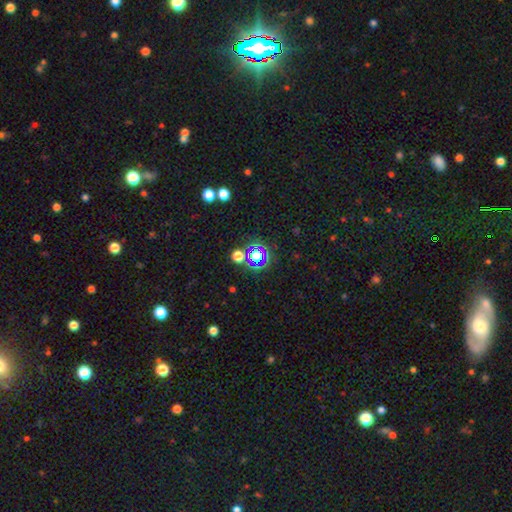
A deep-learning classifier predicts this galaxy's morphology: Smooth or featured?
  - star or artifact: 60% *
  - smooth: 30%
  - featured or disk: 10%